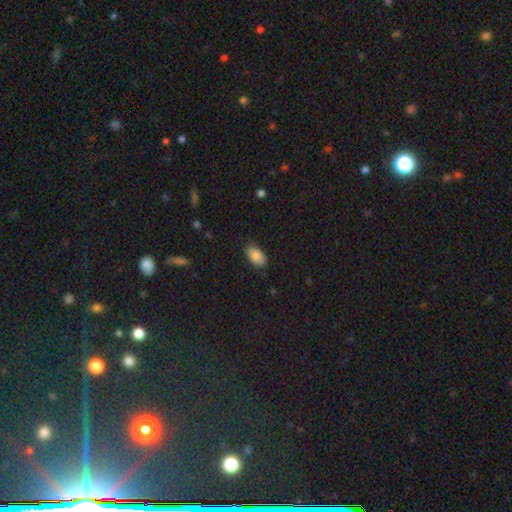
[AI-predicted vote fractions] Morphology: type=smooth (85%); roundness=in between (94%); merging=none (85%).